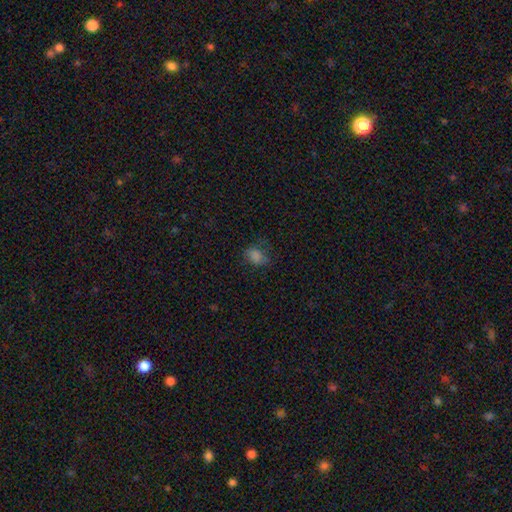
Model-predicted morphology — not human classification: Smooth or featured? Predicted: smooth (p=0.75). How rounded? Predicted: in between (p=0.63). Merging? Predicted: none (p=0.58).